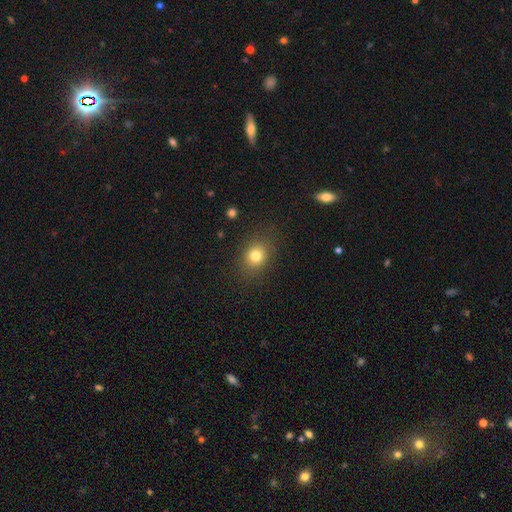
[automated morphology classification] This appears to be a smooth galaxy with no disk features (78%) that is round (58%). Merging: none (84%).